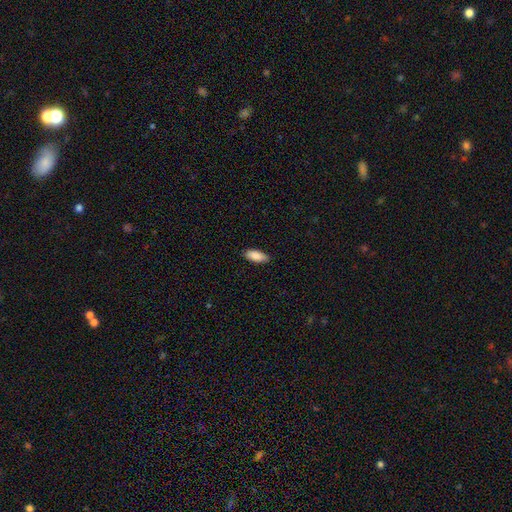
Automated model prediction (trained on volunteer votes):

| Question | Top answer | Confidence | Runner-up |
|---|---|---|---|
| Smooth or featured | smooth | 89% | star or artifact (6%) |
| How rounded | in between | 84% | cigar-shaped (14%) |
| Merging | none | 85% | minor disturbance (12%) |